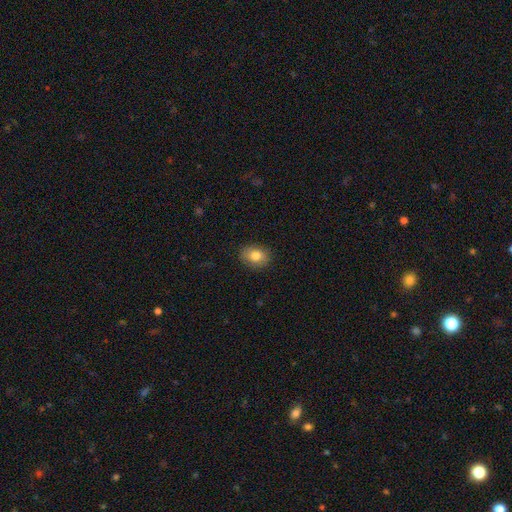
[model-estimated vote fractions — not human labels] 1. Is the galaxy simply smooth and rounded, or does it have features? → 81% smooth, 11% featured or disk, 9% star or artifact.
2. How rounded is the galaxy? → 65% in between, 34% round, 1% cigar-shaped.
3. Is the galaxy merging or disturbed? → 85% none, 11% minor disturbance, 3% major disturbance, 1% merger.